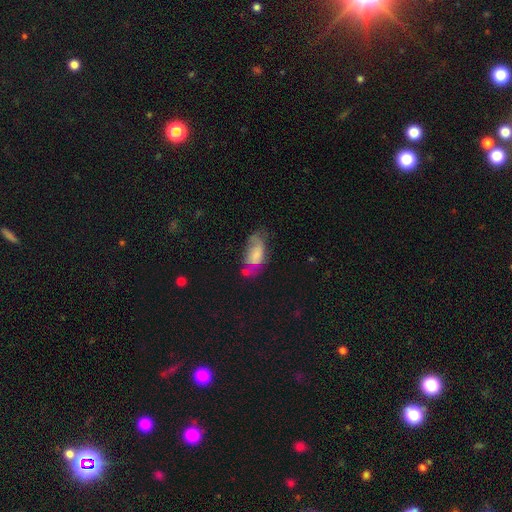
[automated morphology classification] smooth_or_featured: smooth (p=0.59) [alt: featured or disk p=0.32]
how_rounded: in between (p=0.90) [alt: cigar-shaped p=0.07]
merging: none (p=0.35) [alt: minor disturbance p=0.30]